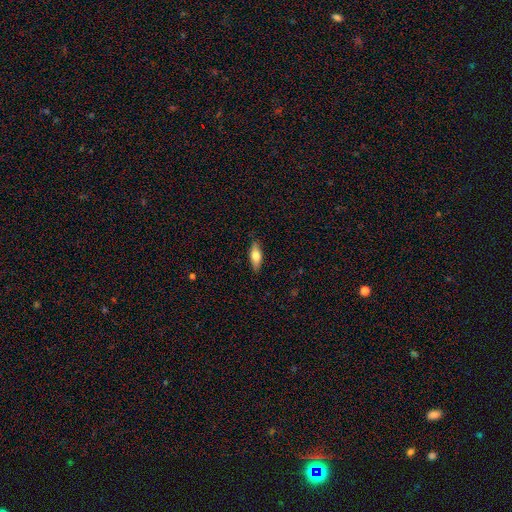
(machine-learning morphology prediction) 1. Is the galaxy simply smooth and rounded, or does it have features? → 65% smooth, 28% featured or disk, 6% star or artifact.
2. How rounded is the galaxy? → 67% in between, 30% cigar-shaped, 3% round.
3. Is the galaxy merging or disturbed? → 87% none, 10% minor disturbance, 2% major disturbance, 1% merger.